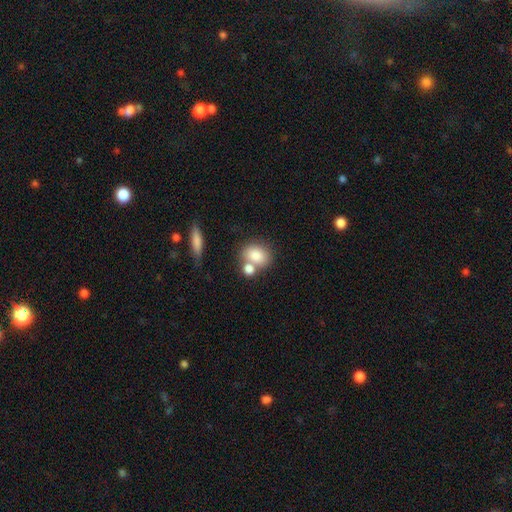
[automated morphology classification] type=smooth (82%); roundness=in between (59%); merging=none (47%).